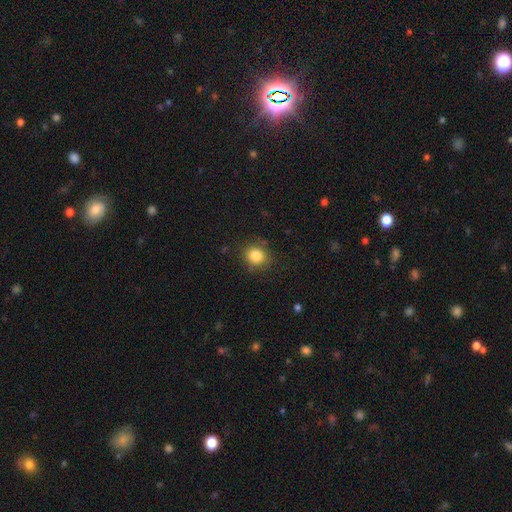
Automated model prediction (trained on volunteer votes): Smooth or featured? smooth (84%)
How rounded? round (78%)
Merging? none (83%)